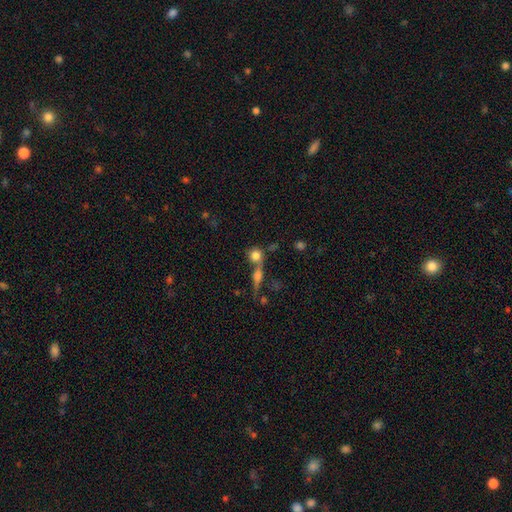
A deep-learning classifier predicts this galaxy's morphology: The model was most divided on "merging": none: 44%, merger: 42%, minor disturbance: 8%, major disturbance: 6%. More confident: how rounded — round (83%); smooth or featured — smooth (76%).